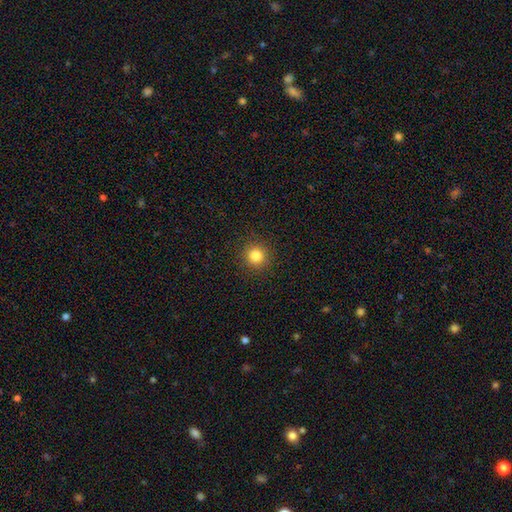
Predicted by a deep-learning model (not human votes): Q: Smooth or featured?
A: smooth (82%); runner-up: star or artifact (13%)
Q: How rounded?
A: round (94%); runner-up: in between (5%)
Q: Merging?
A: none (91%); runner-up: minor disturbance (5%)